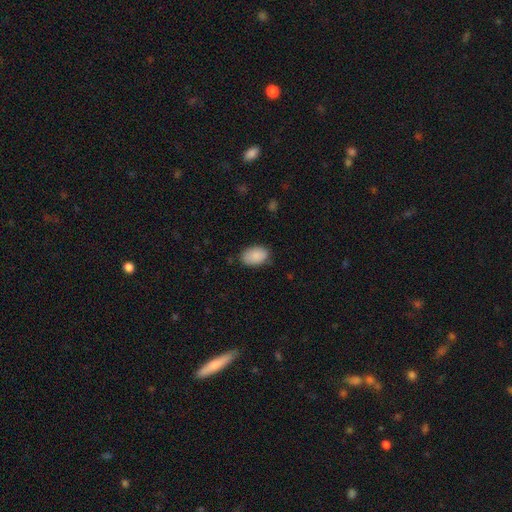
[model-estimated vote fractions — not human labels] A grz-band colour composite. It shows a smooth galaxy with no disk features (89%) that is in between round and cigar-shaped (91%). Merging: none (78%).